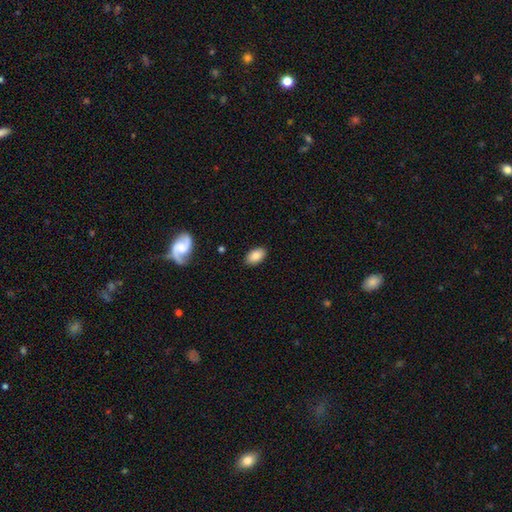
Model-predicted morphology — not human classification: smooth 84%, featured or disk 8%, star or artifact 7%. Down the decision tree: how rounded — in between (93%); merging — none (87%).